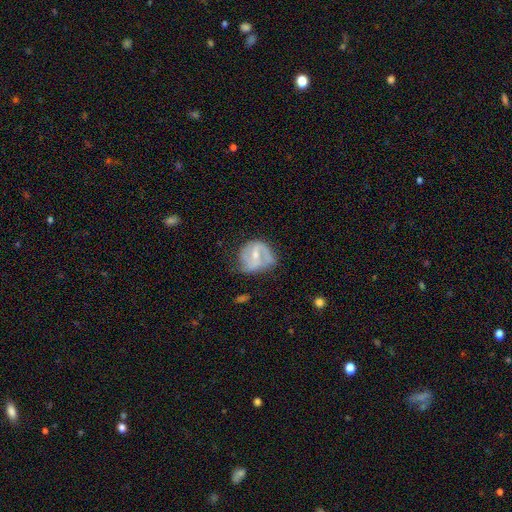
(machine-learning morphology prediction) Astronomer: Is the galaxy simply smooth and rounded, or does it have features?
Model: featured or disk — 74%.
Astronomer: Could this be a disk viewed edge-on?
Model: no — 98%.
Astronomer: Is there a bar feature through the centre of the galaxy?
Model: weak — 51% (runner-up: no, 26%).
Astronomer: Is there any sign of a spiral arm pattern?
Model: yes — 86%.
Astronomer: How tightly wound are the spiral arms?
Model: medium — 47% (runner-up: tight, 28%).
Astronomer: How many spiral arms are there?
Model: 2 — 59%.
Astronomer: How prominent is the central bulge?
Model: small — 51% (runner-up: moderate, 44%).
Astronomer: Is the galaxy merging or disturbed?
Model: none — 48% (runner-up: minor disturbance, 32%).